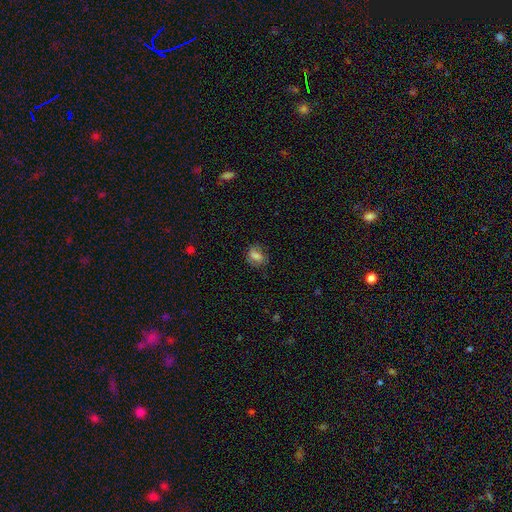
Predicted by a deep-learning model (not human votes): smooth 72%, featured or disk 18%, star or artifact 10%. Down the decision tree: how rounded — in between (64%); merging — none (68%).